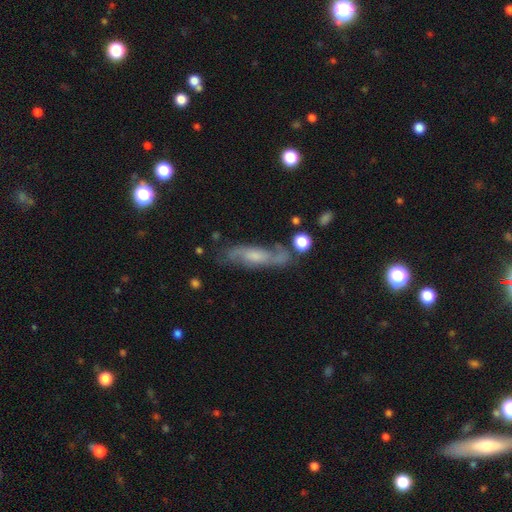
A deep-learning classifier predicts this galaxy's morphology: The model was most divided on "bulge size": moderate: 40%, small: 38%, none: 12%, large: 8%, dominant: 2%. More confident: spiral arms — yes (89%); edge-on disk — no (74%); smooth or featured — featured or disk (70%); merging — none (68%); bar — no (54%).